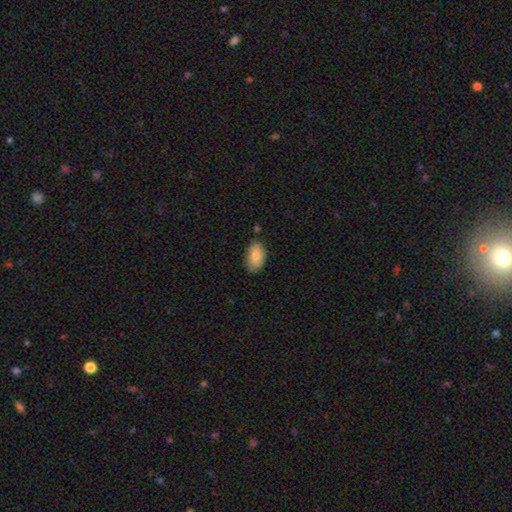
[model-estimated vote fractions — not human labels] The model was most divided on "merging": none: 80%, minor disturbance: 15%, major disturbance: 2%, merger: 2%. More confident: how rounded — in between (92%); smooth or featured — smooth (80%).